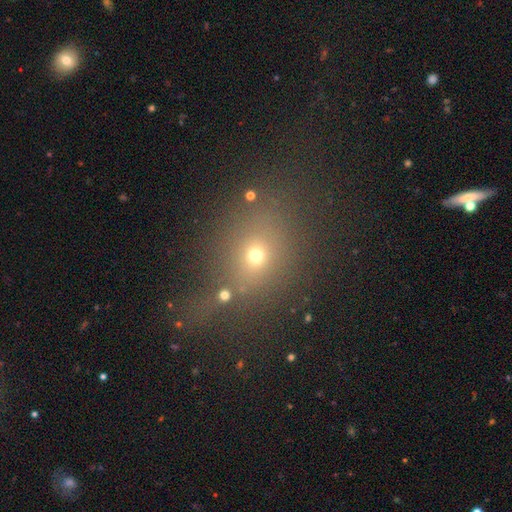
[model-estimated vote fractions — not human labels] smooth 63%, star or artifact 24%, featured or disk 12%. Down the decision tree: how rounded — round (63%); merging — none (66%).